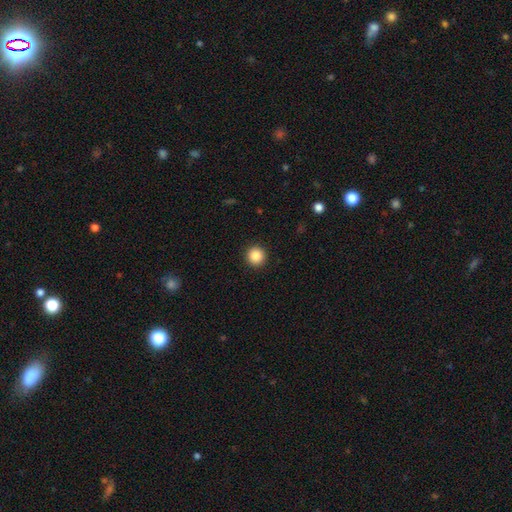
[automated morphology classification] smooth-or-featured: smooth: 88% | star or artifact: 9% | featured or disk: 3%
  how-rounded: round: 95% | in between: 4% | cigar-shaped: 1%
  merging: none: 93% | minor disturbance: 4% | major disturbance: 2% | merger: 1%